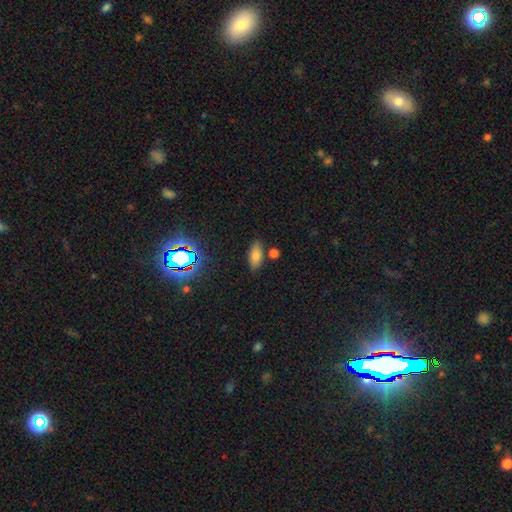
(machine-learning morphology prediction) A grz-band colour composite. It shows a smooth galaxy with no disk features (76%) that is in between round and cigar-shaped (86%). Merging: none (78%).